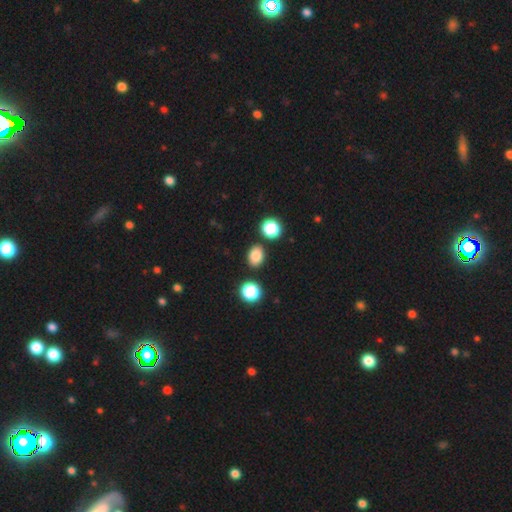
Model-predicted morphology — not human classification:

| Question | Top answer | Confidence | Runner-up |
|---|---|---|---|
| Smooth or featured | smooth | 84% | star or artifact (11%) |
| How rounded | in between | 63% | round (36%) |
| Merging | none | 84% | minor disturbance (9%) |